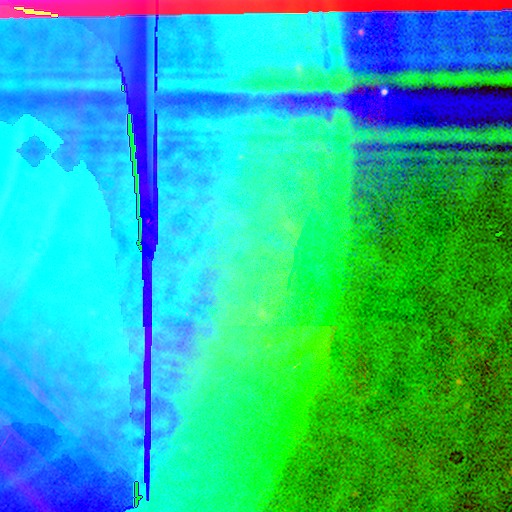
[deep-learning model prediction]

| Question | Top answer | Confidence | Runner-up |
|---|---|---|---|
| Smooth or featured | star or artifact | 81% | featured or disk (11%) |